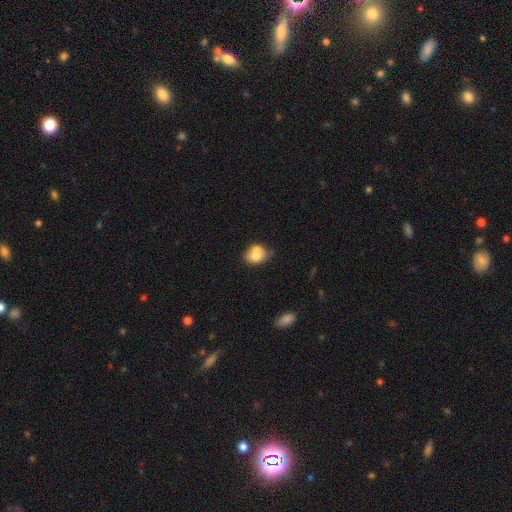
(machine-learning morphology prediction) type=smooth (70%); roundness=round (53%); merging=none (43%).